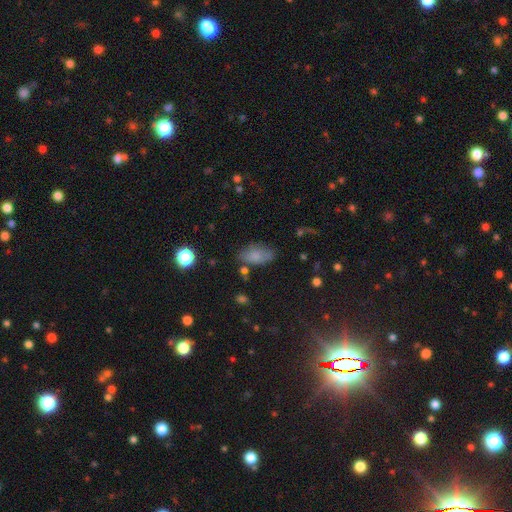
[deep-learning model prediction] Morphology: type=smooth (78%); roundness=in between (90%); merging=none (66%).